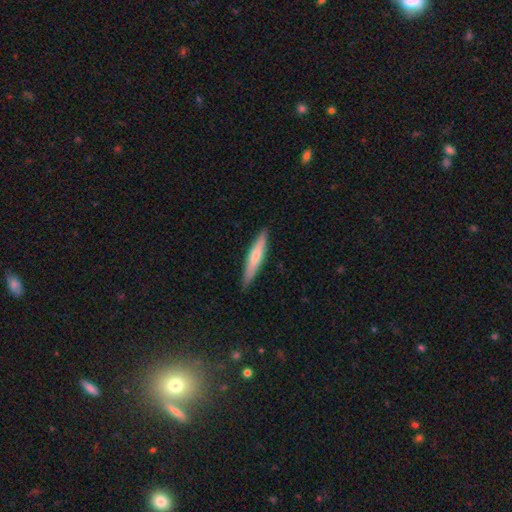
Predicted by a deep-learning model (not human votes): smooth 53%, featured or disk 41%, star or artifact 5%. Down the decision tree: how rounded — cigar-shaped (91%); merging — none (88%).